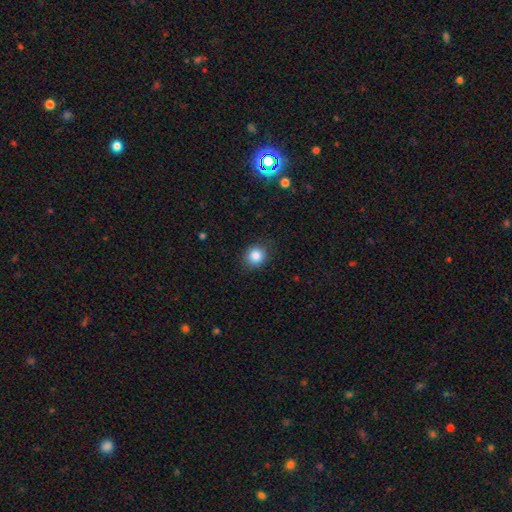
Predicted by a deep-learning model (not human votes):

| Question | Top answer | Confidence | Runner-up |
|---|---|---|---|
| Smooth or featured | smooth | 86% | star or artifact (10%) |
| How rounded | round | 79% | in between (20%) |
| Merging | none | 86% | minor disturbance (10%) |